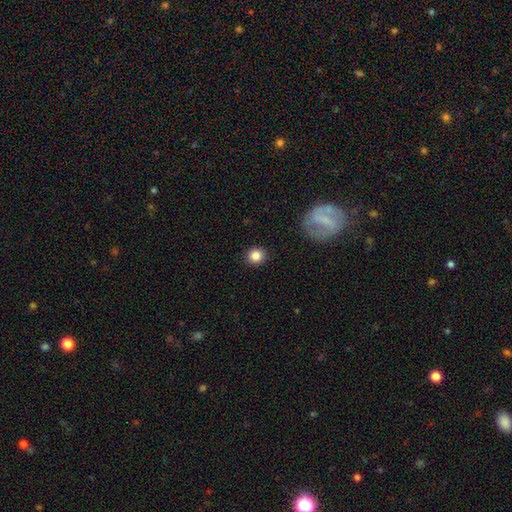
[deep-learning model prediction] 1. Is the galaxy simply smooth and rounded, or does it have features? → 84% smooth, 10% star or artifact, 5% featured or disk.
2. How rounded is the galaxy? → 88% round, 11% in between, 1% cigar-shaped.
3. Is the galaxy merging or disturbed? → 91% none, 6% minor disturbance, 2% major disturbance, 1% merger.